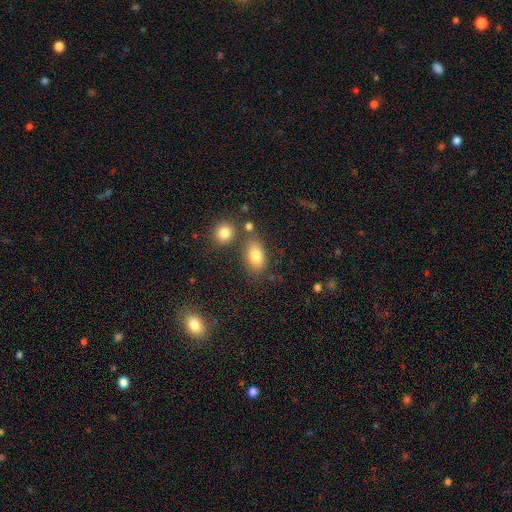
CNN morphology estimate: smooth 81%, featured or disk 10%, star or artifact 9%. Down the decision tree: how rounded — in between (86%); merging — none (68%).